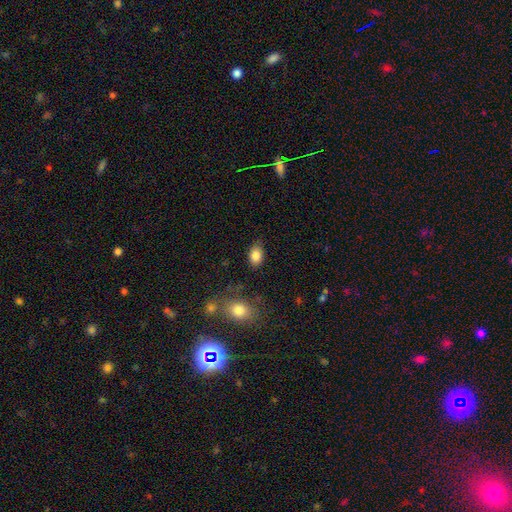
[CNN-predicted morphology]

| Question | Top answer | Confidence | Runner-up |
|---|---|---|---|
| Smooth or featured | smooth | 85% | star or artifact (9%) |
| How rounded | in between | 82% | round (17%) |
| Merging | none | 80% | minor disturbance (14%) |